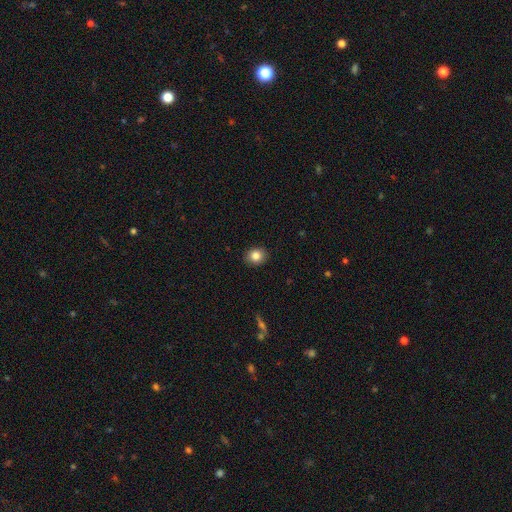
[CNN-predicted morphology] Smooth or featured: smooth — 83% (star or artifact — 10%)
How rounded: round — 64% (in between — 35%)
Merging: none — 90% (minor disturbance — 7%)